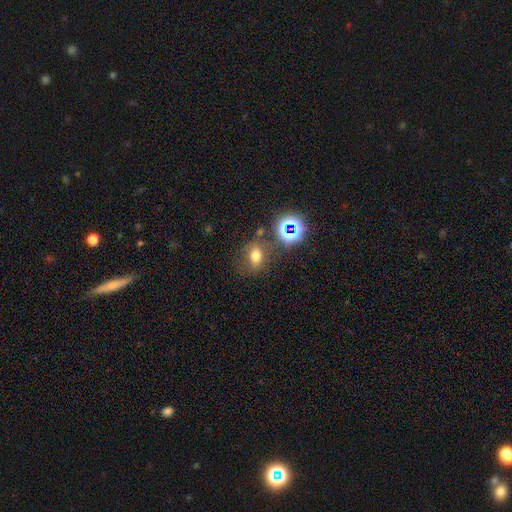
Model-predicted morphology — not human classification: This appears to be a smooth galaxy with no disk features (64%) that is in between round and cigar-shaped (57%). Merging: none (67%).